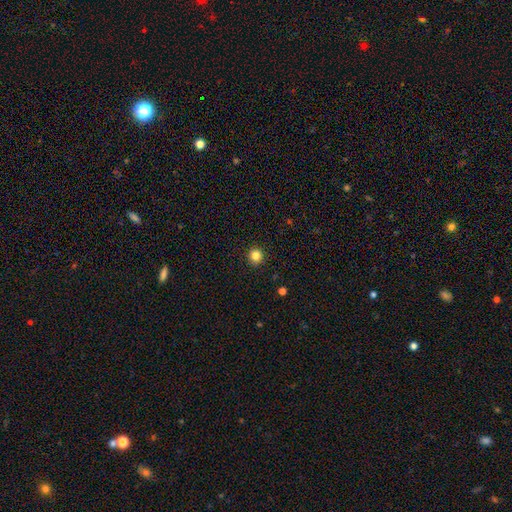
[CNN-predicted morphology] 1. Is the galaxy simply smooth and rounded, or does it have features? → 83% smooth, 12% star or artifact, 5% featured or disk.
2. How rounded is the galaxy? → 93% round, 6% in between, 1% cigar-shaped.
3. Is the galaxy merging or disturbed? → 93% none, 5% minor disturbance, 2% major disturbance, 1% merger.